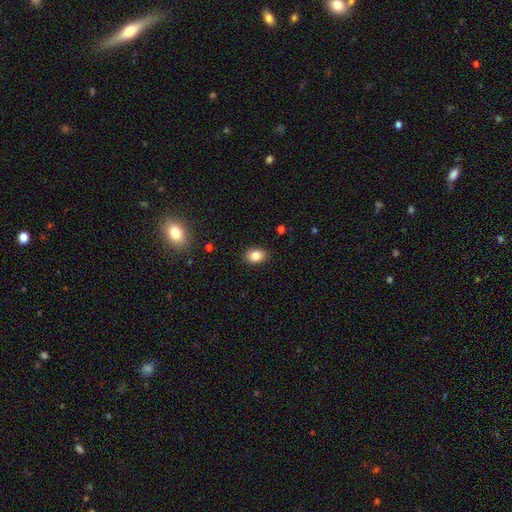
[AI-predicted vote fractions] The model was most divided on "how rounded": in between: 76%, round: 23%, cigar-shaped: 1%. More confident: merging — none (87%); smooth or featured — smooth (85%).